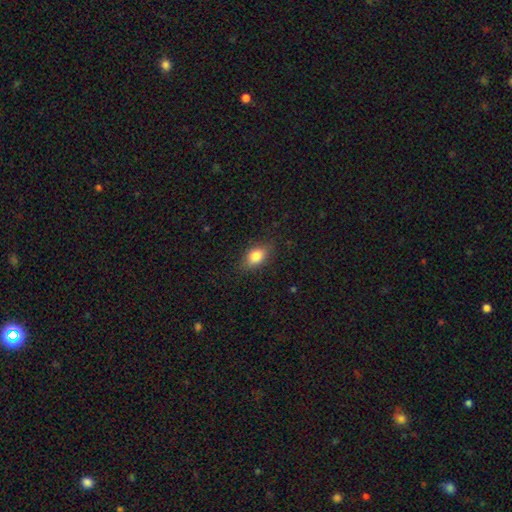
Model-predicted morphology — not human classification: Overall: smooth (80%). How rounded: in between (80%). Merging: none (83%).